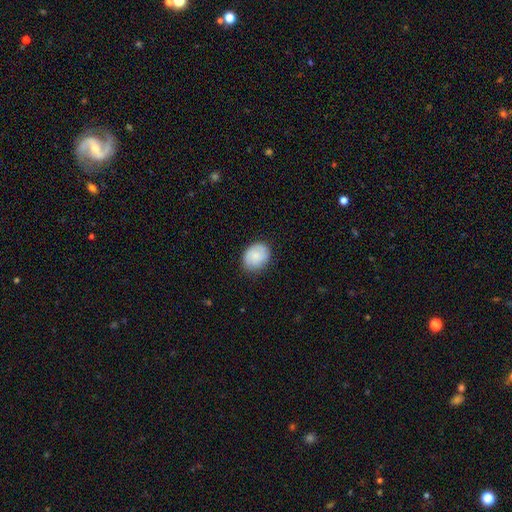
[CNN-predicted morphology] A smooth galaxy with no disk features (82%) that is in between round and cigar-shaped (51%).

Vote fractions:
- Smooth or featured? smooth: 82% / featured or disk: 11% / star or artifact: 7%
- How rounded? in between: 51% / round: 48% / cigar-shaped: 1%
- Merging? none: 82% / minor disturbance: 14% / major disturbance: 3% / merger: 1%